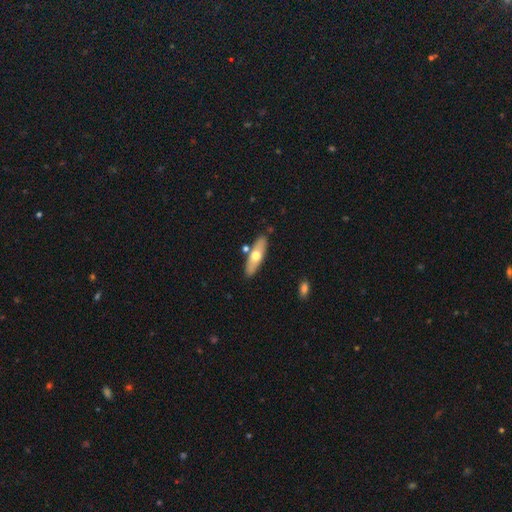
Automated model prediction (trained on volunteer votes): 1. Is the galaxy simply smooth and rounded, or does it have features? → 53% smooth, 41% featured or disk, 5% star or artifact.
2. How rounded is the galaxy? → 51% in between, 46% cigar-shaped, 3% round.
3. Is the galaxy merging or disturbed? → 82% none, 10% minor disturbance, 6% merger, 2% major disturbance.